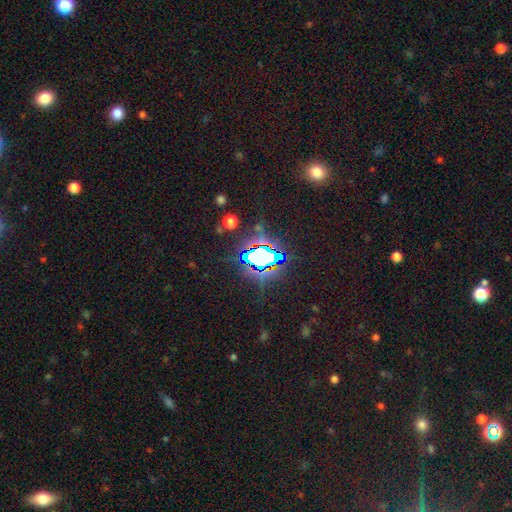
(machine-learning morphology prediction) Smooth or featured? star or artifact (79%)